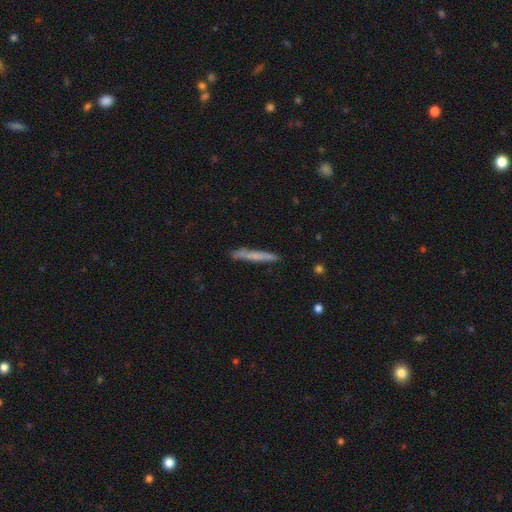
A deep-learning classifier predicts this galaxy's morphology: Smooth or featured?
  - smooth: 59% *
  - featured or disk: 35%
  - star or artifact: 6%
How rounded?
  - cigar-shaped: 96% *
  - in between: 3%
  - round: 1%
Merging?
  - none: 85% *
  - minor disturbance: 11%
  - major disturbance: 2%
  - merger: 2%